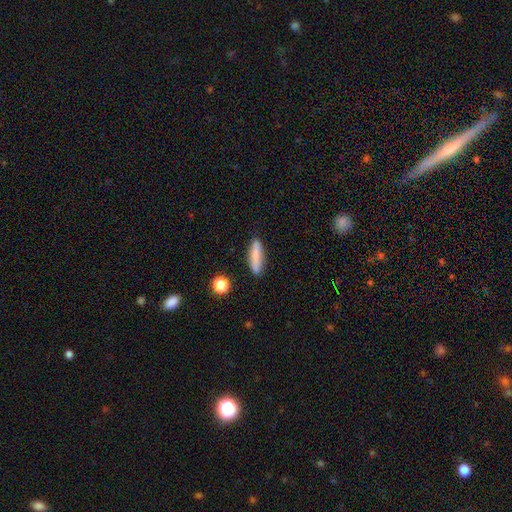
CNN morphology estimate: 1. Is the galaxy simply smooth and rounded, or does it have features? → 79% smooth, 13% featured or disk, 8% star or artifact.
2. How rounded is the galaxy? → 76% cigar-shaped, 21% in between, 2% round.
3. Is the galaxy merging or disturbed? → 85% none, 11% minor disturbance, 2% major disturbance, 2% merger.